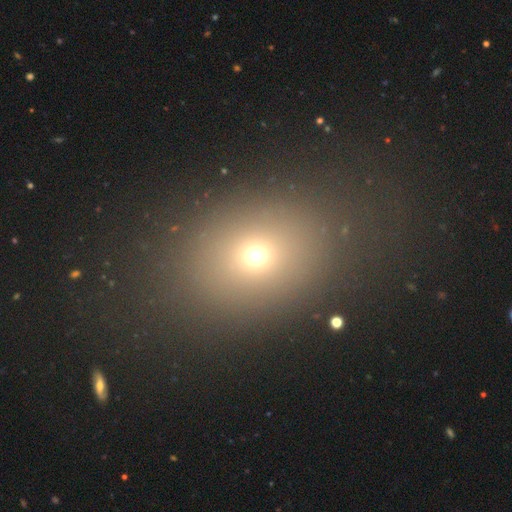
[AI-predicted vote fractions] This is likely a smooth galaxy (67%). How rounded: possibly in between (55%). Merging: likely none (78%).